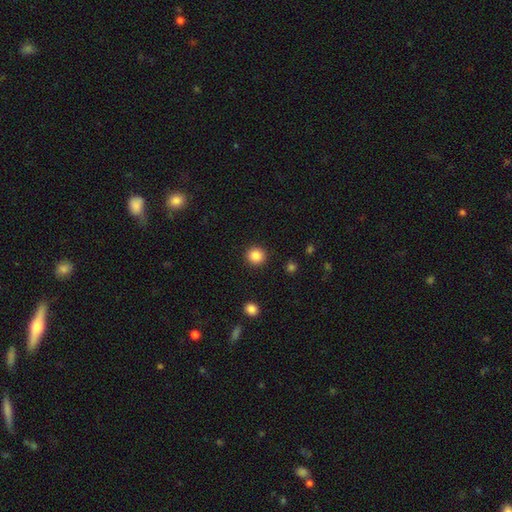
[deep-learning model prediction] Smooth or featured: smooth — 86% (star or artifact — 10%)
How rounded: round — 92% (in between — 7%)
Merging: none — 92% (minor disturbance — 5%)